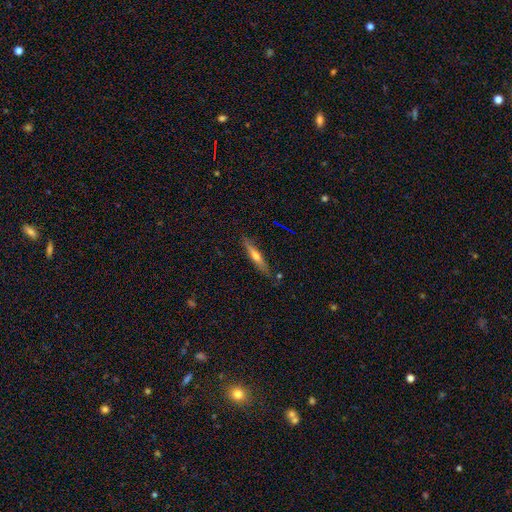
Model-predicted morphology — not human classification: Smooth or featured? Predicted: featured or disk (p=0.56). Edge-on disk? Predicted: yes (p=0.93). Edge-on bulge? Predicted: rounded (p=0.80). Merging? Predicted: none (p=0.81).